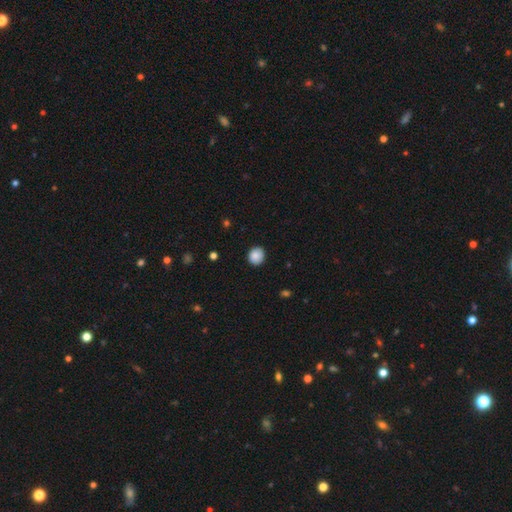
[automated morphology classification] A smooth galaxy with no disk features (88%) that is round (79%). Merging: none (88%).